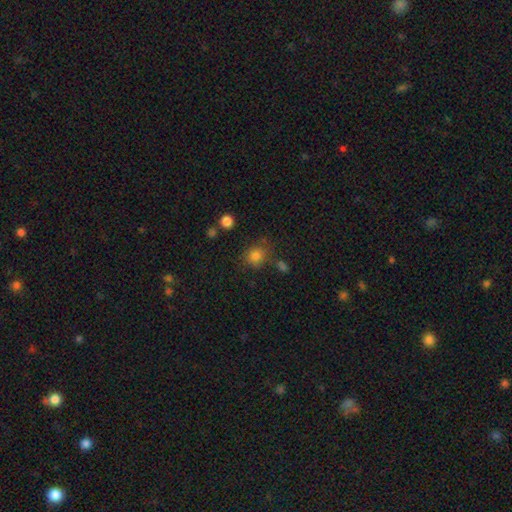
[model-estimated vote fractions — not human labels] Smooth or featured? smooth (81%)
How rounded? round (77%)
Merging? none (73%)